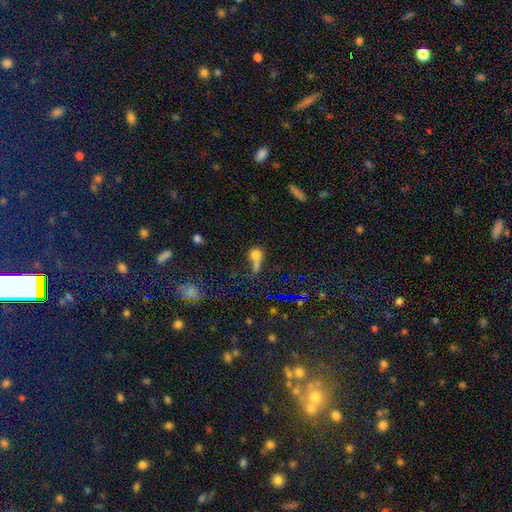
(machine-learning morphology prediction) The model was most divided on "merging": merger: 34%, none: 32%, major disturbance: 18%, minor disturbance: 15%. More confident: smooth or featured — smooth (65%); how rounded — round (57%).